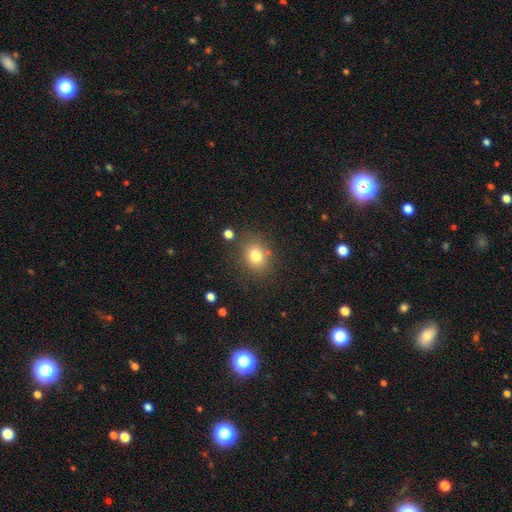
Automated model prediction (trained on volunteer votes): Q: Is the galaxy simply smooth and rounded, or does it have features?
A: smooth — 78%.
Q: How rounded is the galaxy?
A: round — 65%.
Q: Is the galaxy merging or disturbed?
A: none — 81%.